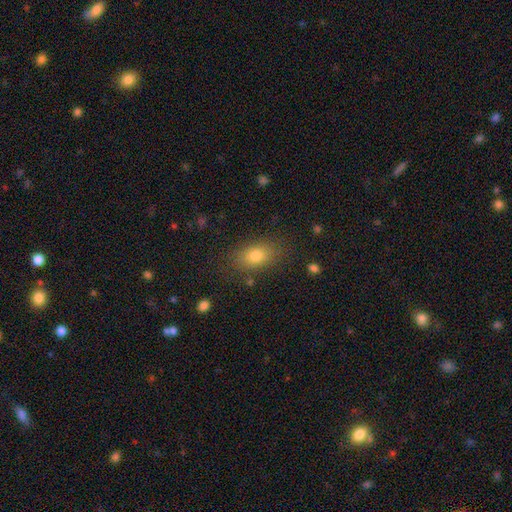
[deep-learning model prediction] Overall: smooth (79%). How rounded: in between (82%). Merging: none (82%).